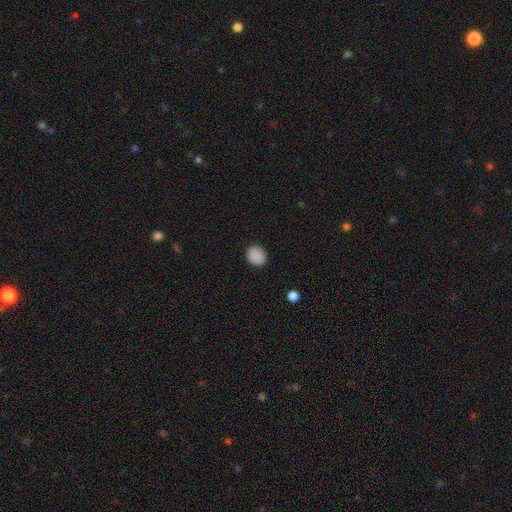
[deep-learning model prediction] smooth_or_featured: smooth (p=0.88) [alt: star or artifact p=0.09]
how_rounded: round (p=0.61) [alt: in between p=0.38]
merging: none (p=0.89) [alt: minor disturbance p=0.08]